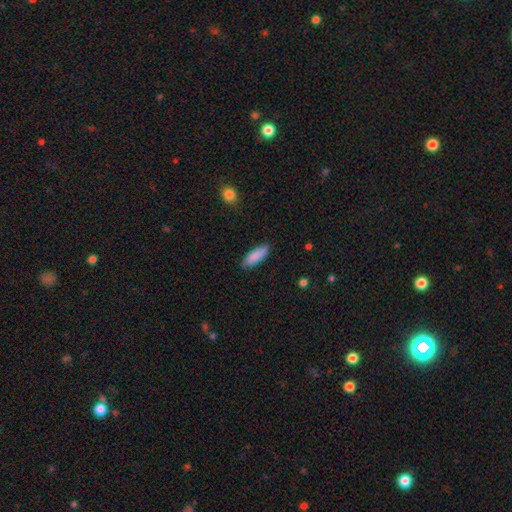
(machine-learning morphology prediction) This is clearly a smooth galaxy (88%). How rounded: possibly in between (59%). Merging: clearly none (86%).